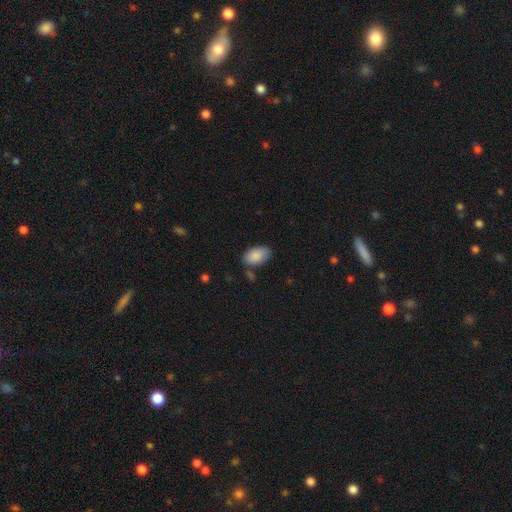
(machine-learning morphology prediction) smooth-or-featured: smooth: 88% | star or artifact: 6% | featured or disk: 5%
  how-rounded: in between: 93% | round: 5% | cigar-shaped: 1%
  merging: none: 73% | minor disturbance: 18% | merger: 5% | major disturbance: 4%